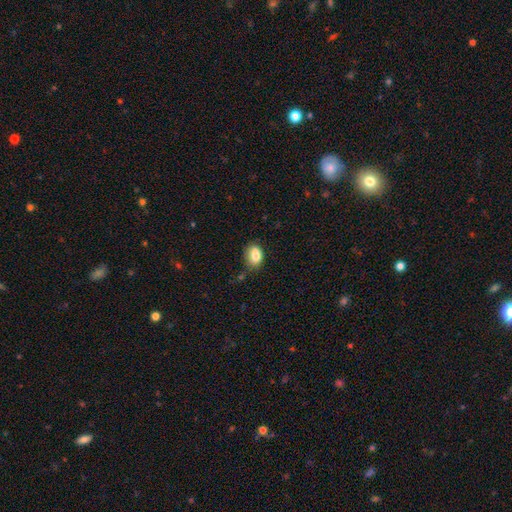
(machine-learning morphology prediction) This is clearly a smooth galaxy (83%). How rounded: clearly in between (83%). Merging: likely none (64%).